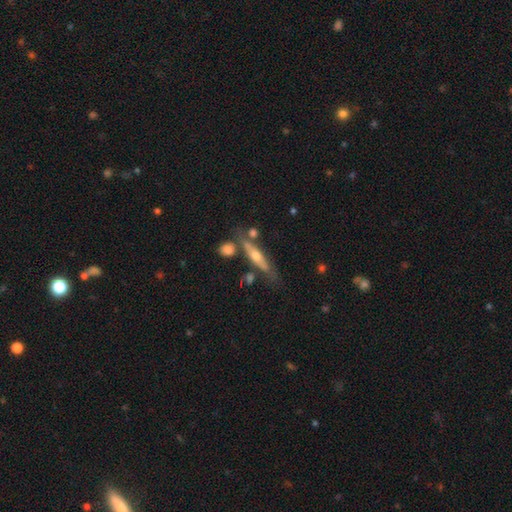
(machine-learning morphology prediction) A featured or disk galaxy (61%) viewed edge-on (85%) with a rounded central bulge (87%).

Vote fractions:
- Smooth or featured? featured or disk: 61% / smooth: 32% / star or artifact: 7%
- Edge-on disk? yes: 85% / no: 15%
- Edge-on bulge? rounded: 87% / none: 8% / boxy: 4%
- Merging? none: 66% / minor disturbance: 16% / merger: 12% / major disturbance: 6%